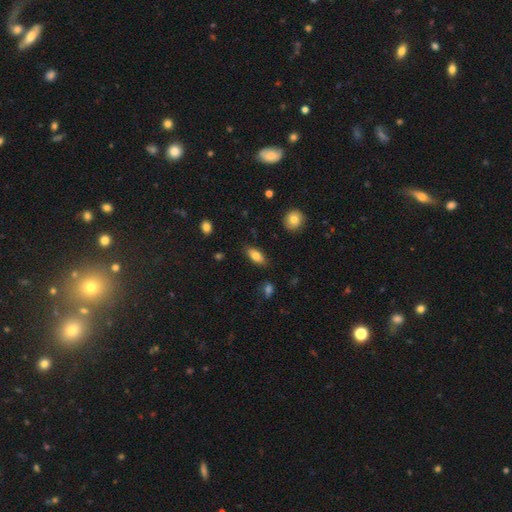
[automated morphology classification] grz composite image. It shows a smooth galaxy with no disk features (78%) that is in between round and cigar-shaped (86%). Merging: none (83%).